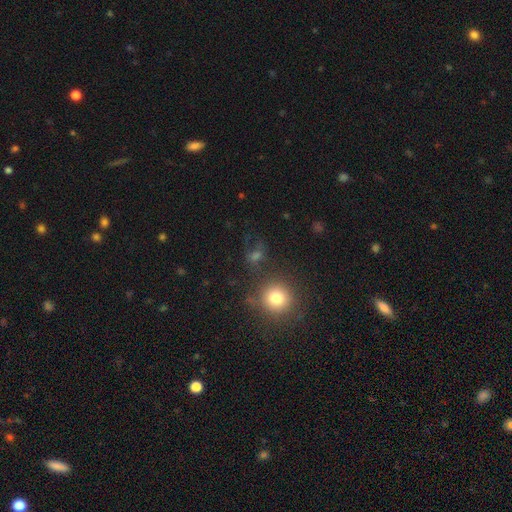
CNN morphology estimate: Q: Smooth or featured?
A: smooth (51%); runner-up: star or artifact (33%)
Q: How rounded?
A: round (75%); runner-up: in between (23%)
Q: Merging?
A: none (67%); runner-up: minor disturbance (14%)